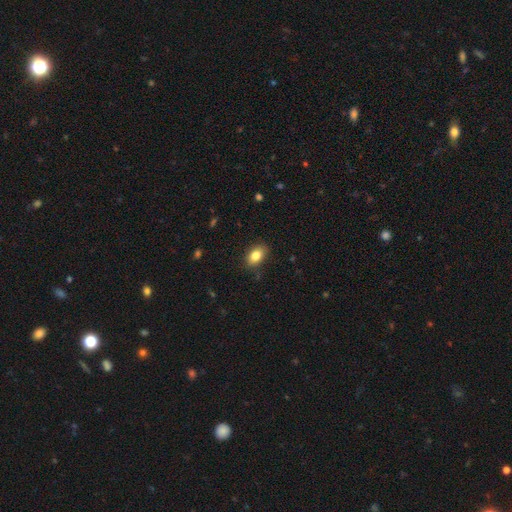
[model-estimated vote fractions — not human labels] Smooth or featured?
  - smooth: 83% *
  - featured or disk: 9%
  - star or artifact: 9%
How rounded?
  - in between: 85% *
  - round: 13%
  - cigar-shaped: 2%
Merging?
  - none: 85% *
  - minor disturbance: 12%
  - major disturbance: 3%
  - merger: 1%